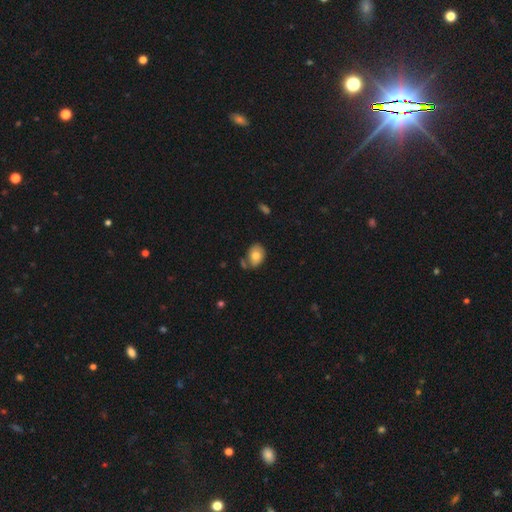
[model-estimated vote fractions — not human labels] smooth-or-featured: smooth: 79% | featured or disk: 13% | star or artifact: 8%
  how-rounded: in between: 74% | round: 25% | cigar-shaped: 1%
  merging: none: 62% | minor disturbance: 21% | merger: 12% | major disturbance: 5%